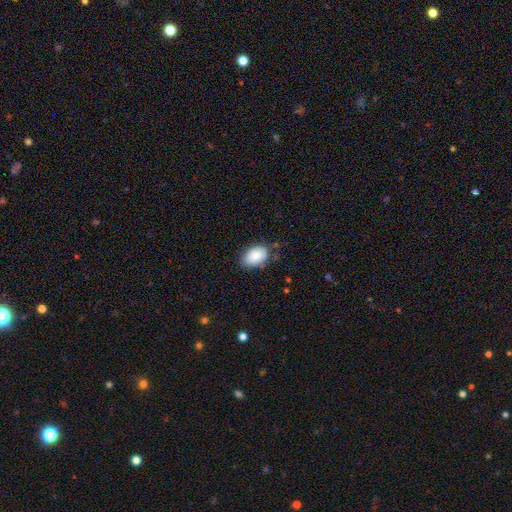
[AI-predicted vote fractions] Overall: smooth (87%). How rounded: in between (89%). Merging: none (75%).